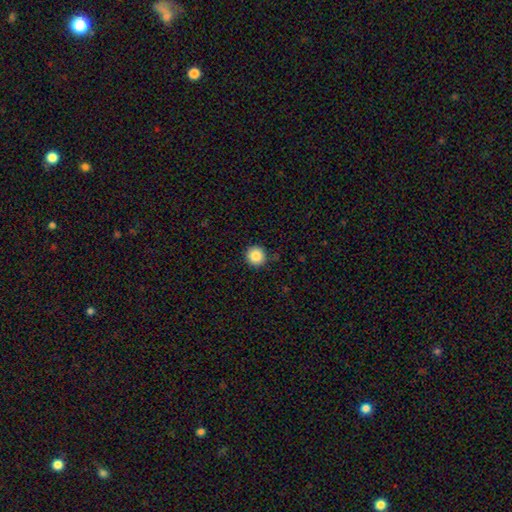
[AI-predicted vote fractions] Morphology: type=smooth (86%); roundness=round (95%); merging=none (89%).